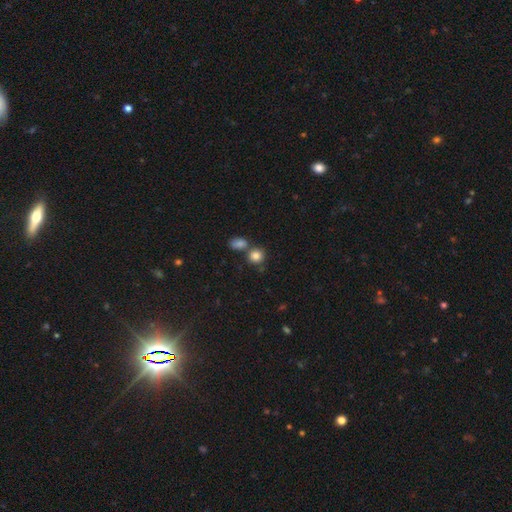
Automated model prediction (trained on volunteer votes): Smooth or featured? smooth (83%)
How rounded? round (83%)
Merging? none (59%)